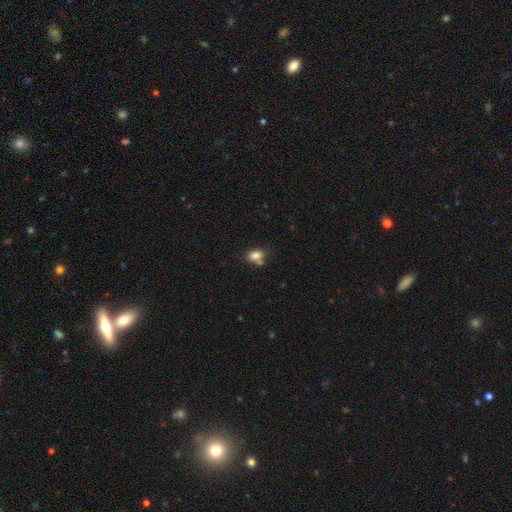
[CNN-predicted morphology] Overall: smooth (82%). How rounded: in between (77%). Merging: none (53%; merger 22%).